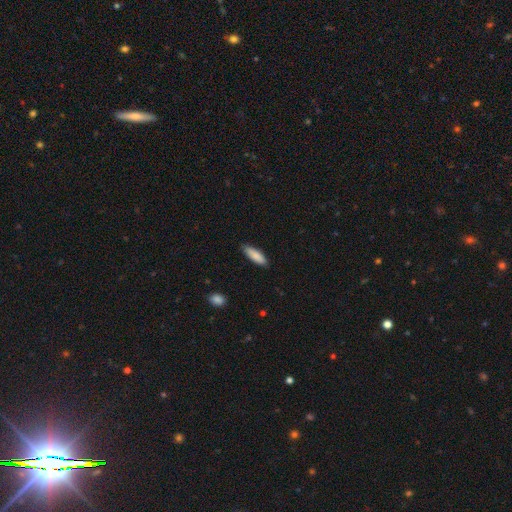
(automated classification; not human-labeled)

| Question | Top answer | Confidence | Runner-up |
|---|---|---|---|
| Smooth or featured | smooth | 87% | featured or disk (7%) |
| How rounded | cigar-shaped | 50% | in between (49%) |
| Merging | none | 85% | minor disturbance (12%) |